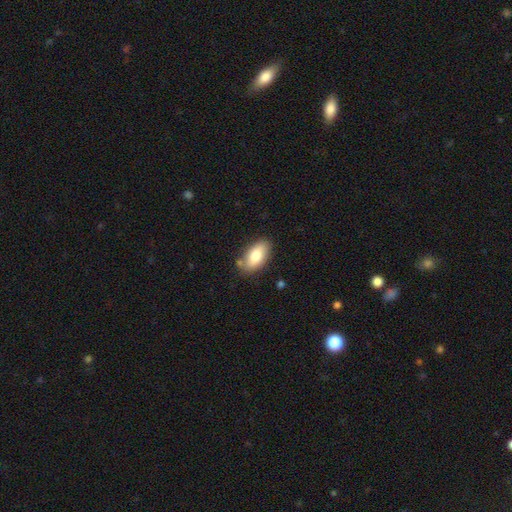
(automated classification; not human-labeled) Smooth or featured: smooth — 79% (featured or disk — 15%)
How rounded: in between — 92% (cigar-shaped — 5%)
Merging: none — 79% (minor disturbance — 14%)